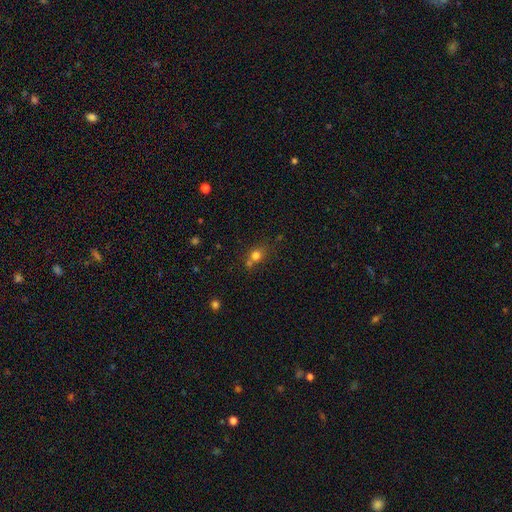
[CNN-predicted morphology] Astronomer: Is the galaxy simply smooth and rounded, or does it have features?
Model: smooth — 76%.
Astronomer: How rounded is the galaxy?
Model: round — 68%.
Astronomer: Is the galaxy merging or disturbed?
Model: none — 53%.